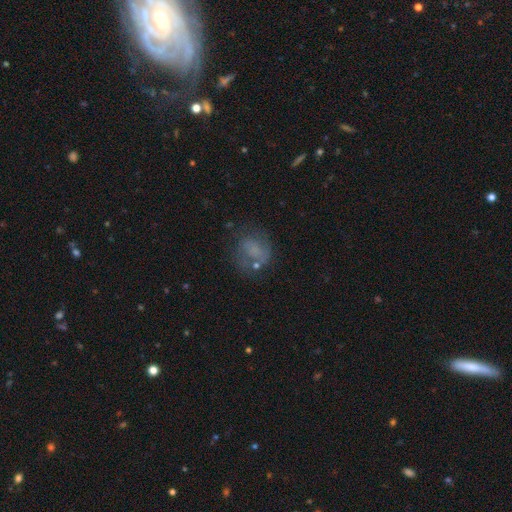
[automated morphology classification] Smooth or featured?
  - smooth: 48% *
  - featured or disk: 35%
  - star or artifact: 17%
Merging?
  - none: 57% *
  - minor disturbance: 21%
  - major disturbance: 17%
  - merger: 5%